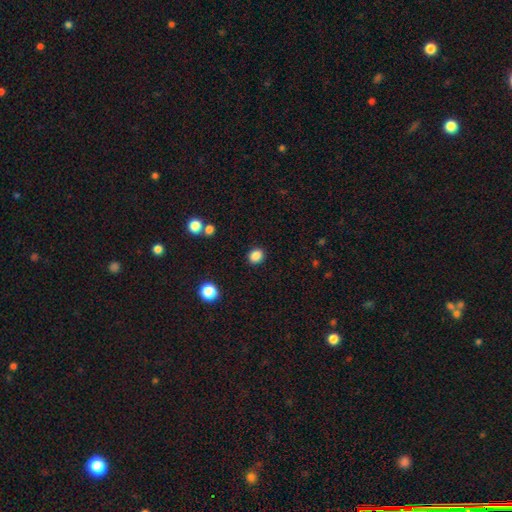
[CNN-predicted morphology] Smooth or featured?
  - smooth: 86% *
  - star or artifact: 11%
  - featured or disk: 3%
How rounded?
  - round: 66% *
  - in between: 34%
  - cigar-shaped: 1%
Merging?
  - none: 89% *
  - minor disturbance: 7%
  - major disturbance: 2%
  - merger: 2%